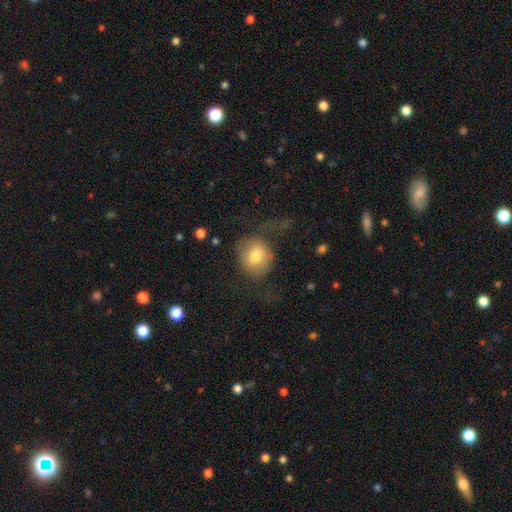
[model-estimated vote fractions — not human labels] Overall: smooth (74%). How rounded: round (76%). Merging: none (48%; major disturbance 29%).